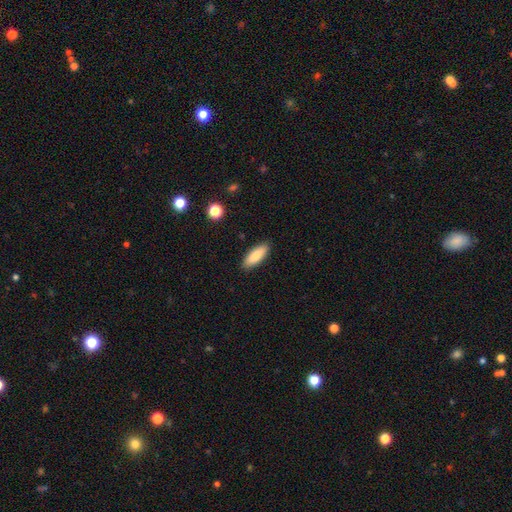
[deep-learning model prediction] Overall: smooth (82%). How rounded: in between (67%; cigar-shaped 31%). Merging: none (89%).